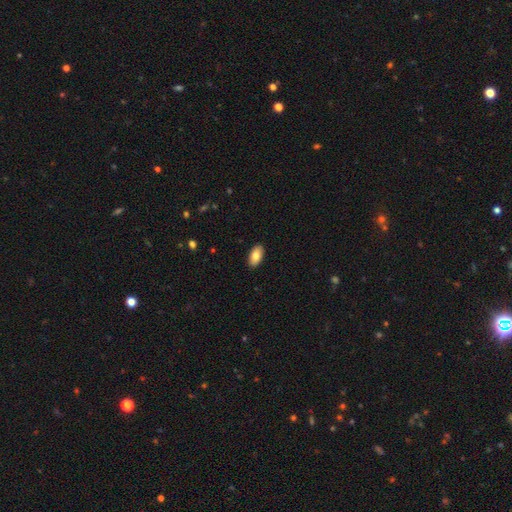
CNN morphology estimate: This appears to be a smooth galaxy with no disk features (82%) that is in between round and cigar-shaped (94%). Merging: none (90%).